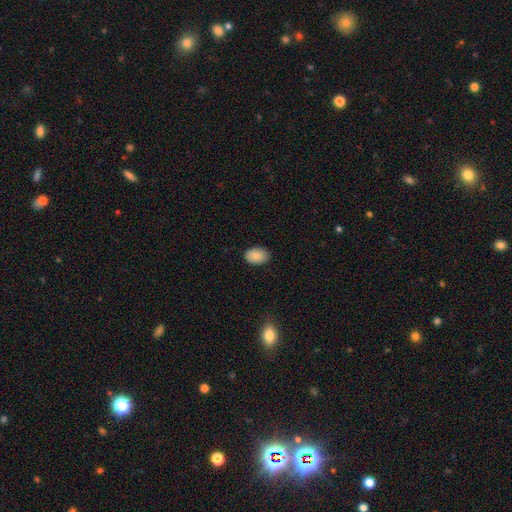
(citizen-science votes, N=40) Smooth or featured: smooth — 85% (featured or disk — 8%)
How rounded: in between — 82% (round — 15%)
Merging: none — 97% (major disturbance — 3%)